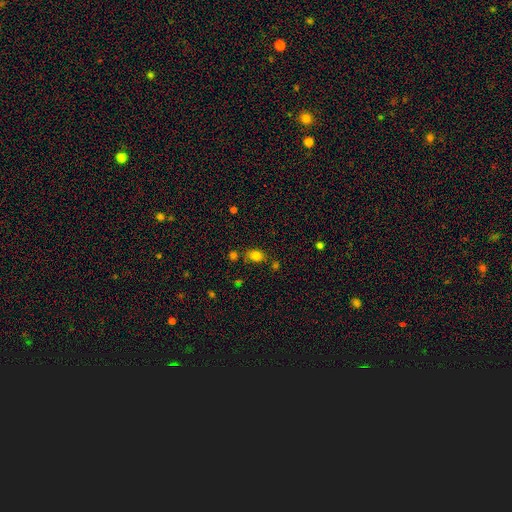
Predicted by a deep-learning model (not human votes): Q: Smooth or featured?
A: smooth (79%); runner-up: star or artifact (14%)
Q: How rounded?
A: in between (64%); runner-up: round (34%)
Q: Merging?
A: none (71%); runner-up: minor disturbance (15%)